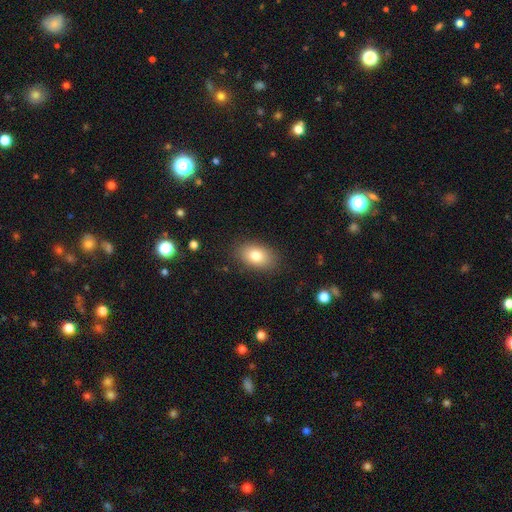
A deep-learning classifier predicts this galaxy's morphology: Q: Smooth or featured?
A: smooth (81%); runner-up: featured or disk (11%)
Q: How rounded?
A: in between (89%); runner-up: round (10%)
Q: Merging?
A: none (86%); runner-up: minor disturbance (10%)